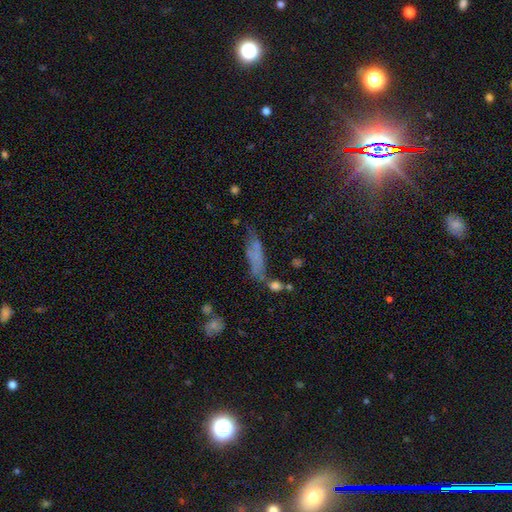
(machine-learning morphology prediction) smooth_or_featured: smooth (p=0.56) [alt: featured or disk p=0.28]
how_rounded: cigar-shaped (p=0.67) [alt: in between p=0.30]
merging: none (p=0.49) [alt: minor disturbance p=0.26]